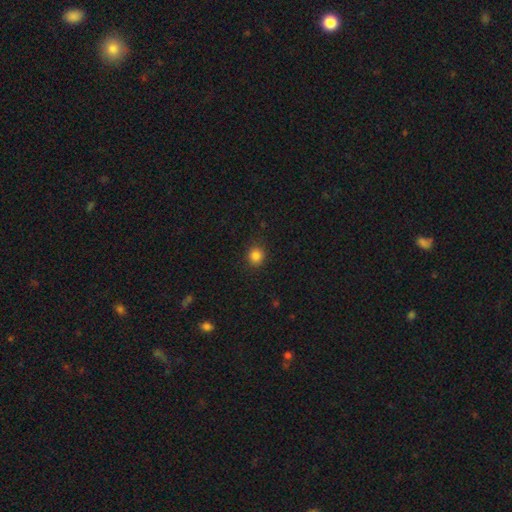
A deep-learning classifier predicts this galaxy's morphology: Smooth or featured? Predicted: smooth (p=0.84). How rounded? Predicted: round (p=0.88). Merging? Predicted: none (p=0.90).